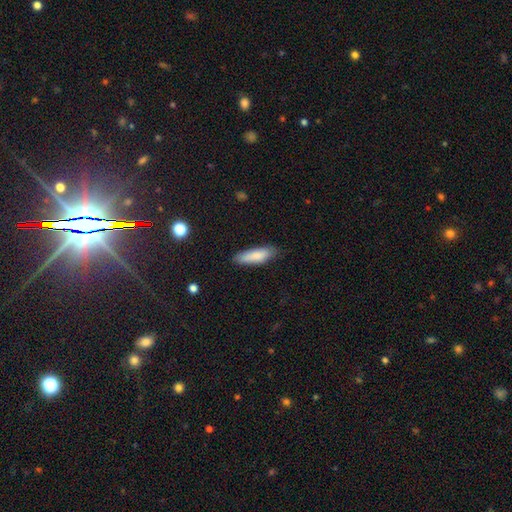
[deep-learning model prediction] Smooth or featured?
  - smooth: 85% *
  - featured or disk: 9%
  - star or artifact: 6%
How rounded?
  - cigar-shaped: 51% *
  - in between: 47%
  - round: 2%
Merging?
  - none: 79% *
  - minor disturbance: 17%
  - major disturbance: 3%
  - merger: 1%